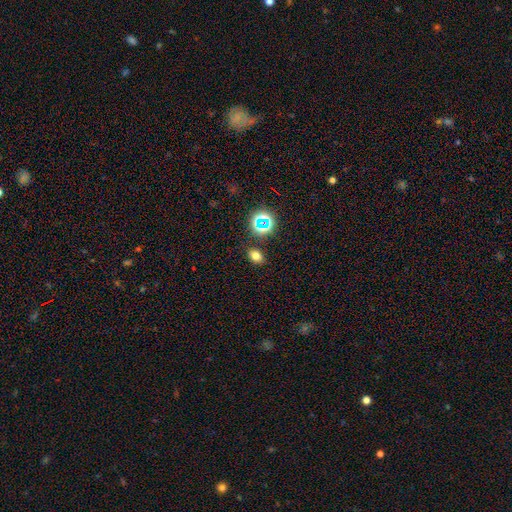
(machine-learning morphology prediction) Smooth or featured? smooth (71%)
How rounded? in between (69%)
Merging? none (84%)